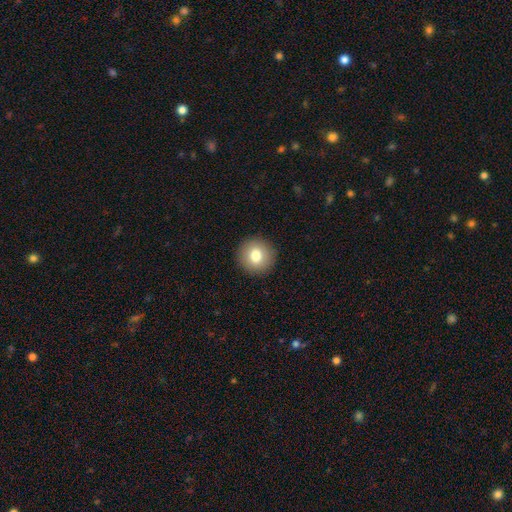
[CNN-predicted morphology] Overall: smooth (79%). How rounded: round (93%). Merging: none (92%).